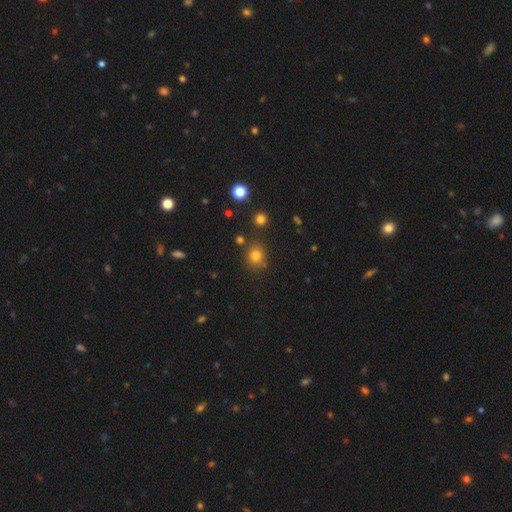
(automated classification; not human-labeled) A smooth galaxy with no disk features (78%) that is round (78%). Merging: none (78%).